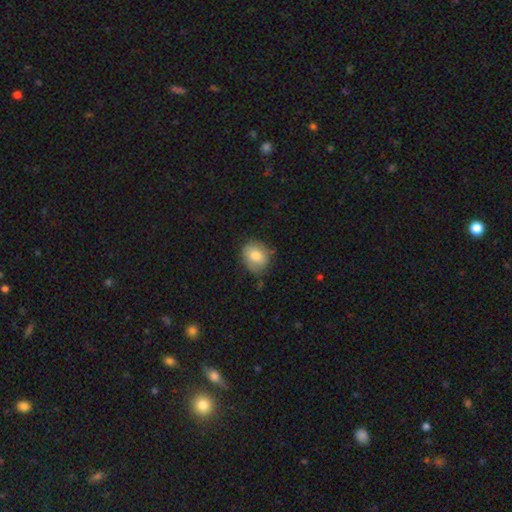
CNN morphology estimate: Q: Smooth or featured?
A: smooth (76%); runner-up: featured or disk (16%)
Q: How rounded?
A: round (54%); runner-up: in between (45%)
Q: Merging?
A: none (71%); runner-up: minor disturbance (22%)